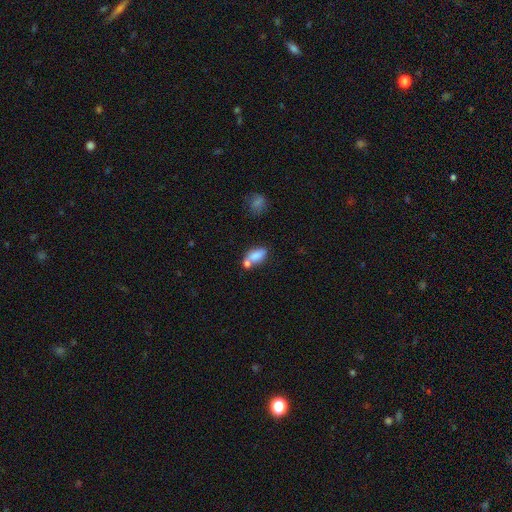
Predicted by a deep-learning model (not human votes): Q: Smooth or featured?
A: smooth (79%); runner-up: featured or disk (12%)
Q: How rounded?
A: in between (87%); runner-up: round (7%)
Q: Merging?
A: none (40%); runner-up: merger (39%)